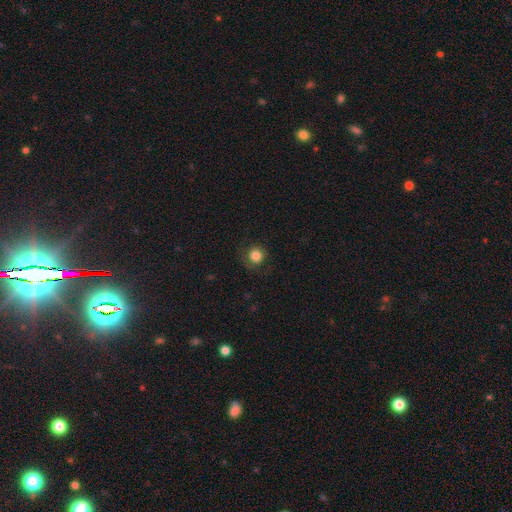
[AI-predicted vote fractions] Smooth or featured?
  - smooth: 82% *
  - star or artifact: 11%
  - featured or disk: 7%
How rounded?
  - round: 93% *
  - in between: 6%
  - cigar-shaped: 1%
Merging?
  - none: 82% *
  - minor disturbance: 12%
  - major disturbance: 6%
  - merger: 1%